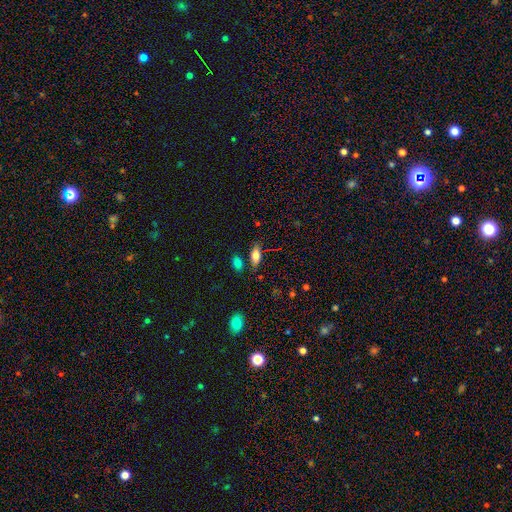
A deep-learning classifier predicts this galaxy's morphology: The model was most divided on "smooth or featured": smooth: 76%, featured or disk: 17%, star or artifact: 8%. More confident: how rounded — in between (85%); merging — none (80%).